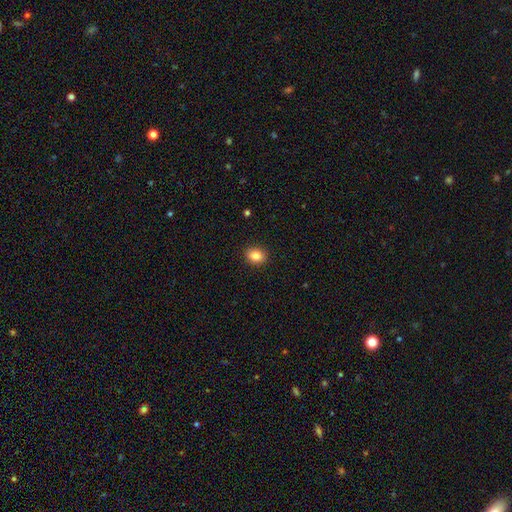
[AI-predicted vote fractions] smooth-or-featured: smooth: 84% | star or artifact: 10% | featured or disk: 6%
  how-rounded: in between: 50% | round: 49% | cigar-shaped: 1%
  merging: none: 91% | minor disturbance: 7% | major disturbance: 2% | merger: 1%